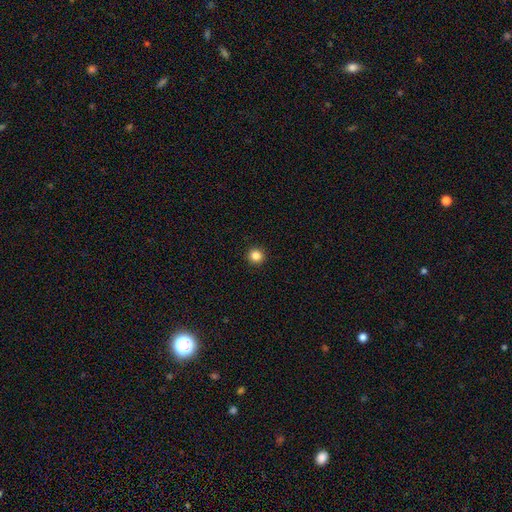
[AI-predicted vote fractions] Morphology: type=smooth (85%); roundness=round (95%); merging=none (93%).